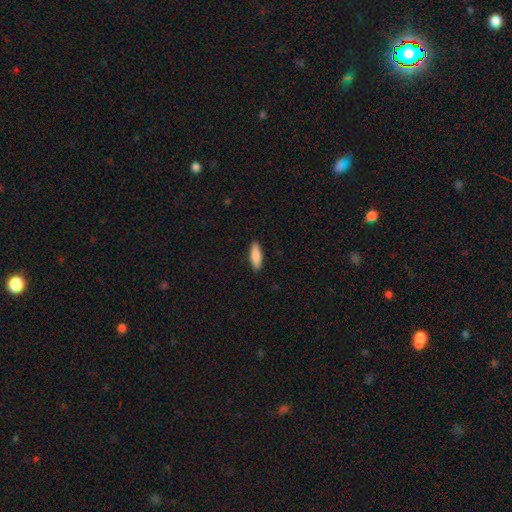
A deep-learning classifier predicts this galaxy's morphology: This appears to be a smooth galaxy with no disk features (84%) that is in between round and cigar-shaped (56%). Merging: none (90%).